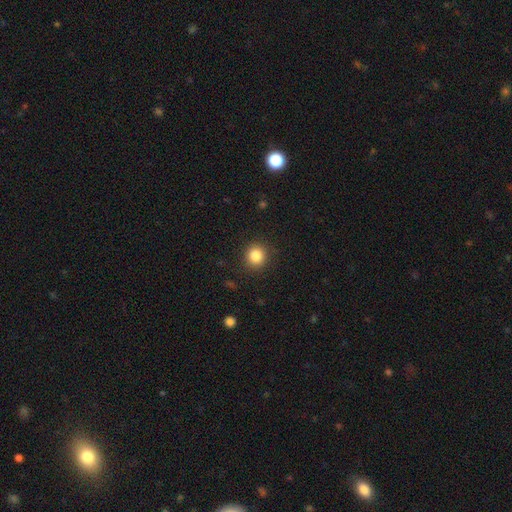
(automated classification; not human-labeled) This is clearly a smooth galaxy (85%). How rounded: clearly round (90%). Merging: clearly none (90%).